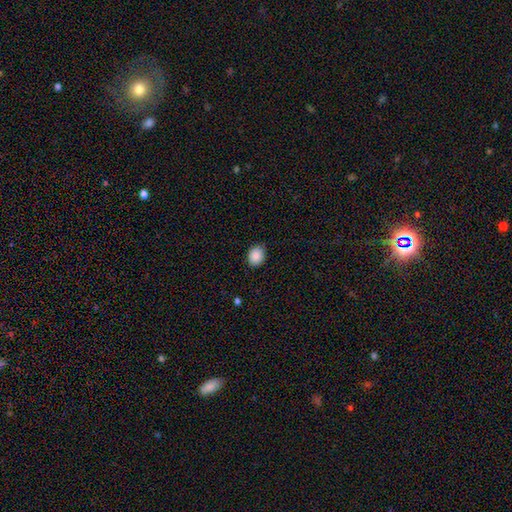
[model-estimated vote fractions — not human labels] Smooth or featured?
  - smooth: 89% *
  - star or artifact: 8%
  - featured or disk: 3%
How rounded?
  - in between: 50% *
  - round: 49%
  - cigar-shaped: 1%
Merging?
  - none: 83% *
  - minor disturbance: 14%
  - major disturbance: 2%
  - merger: 1%